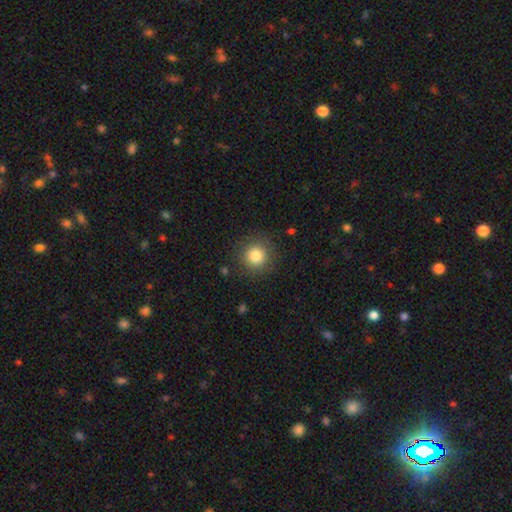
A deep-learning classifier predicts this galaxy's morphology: A smooth galaxy with no disk features (82%) that is round (94%).

Vote fractions:
- Smooth or featured? smooth: 82% / star or artifact: 11% / featured or disk: 7%
- How rounded? round: 94% / in between: 5% / cigar-shaped: 1%
- Merging? none: 88% / minor disturbance: 8% / major disturbance: 3% / merger: 1%